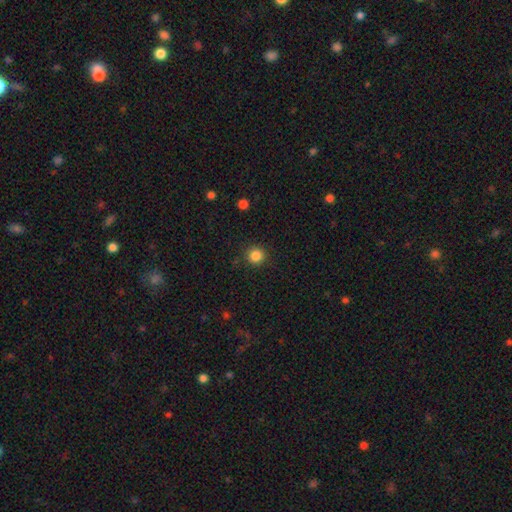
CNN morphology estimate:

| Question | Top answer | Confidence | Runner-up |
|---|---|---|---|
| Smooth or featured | smooth | 85% | star or artifact (12%) |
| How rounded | round | 94% | in between (5%) |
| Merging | none | 91% | minor disturbance (6%) |